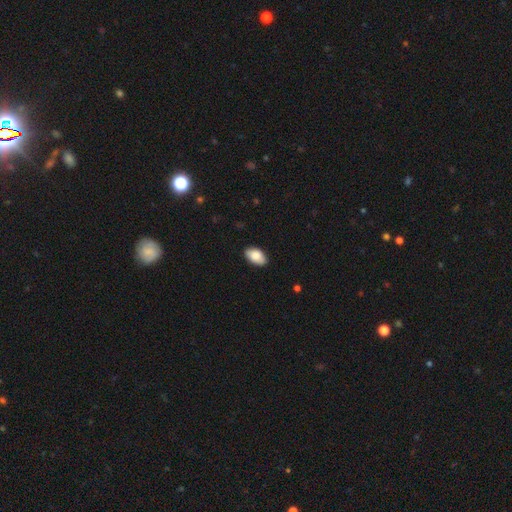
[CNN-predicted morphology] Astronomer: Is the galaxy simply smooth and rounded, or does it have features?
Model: smooth — 86%.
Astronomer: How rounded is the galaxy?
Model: in between — 94%.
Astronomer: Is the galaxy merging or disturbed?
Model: none — 87%.